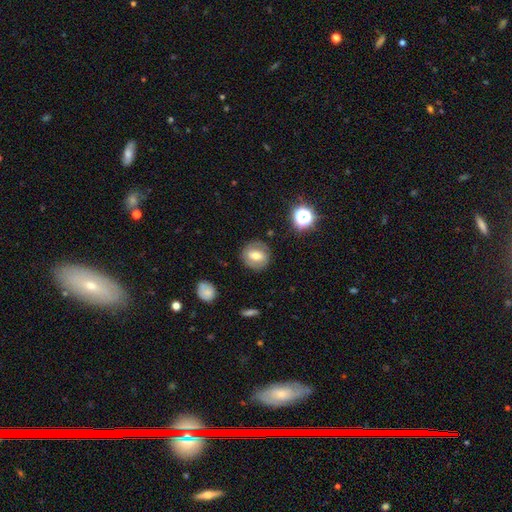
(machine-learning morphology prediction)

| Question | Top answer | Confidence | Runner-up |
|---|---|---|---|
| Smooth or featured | smooth | 54% | featured or disk (36%) |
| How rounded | round | 75% | in between (24%) |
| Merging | none | 82% | minor disturbance (12%) |